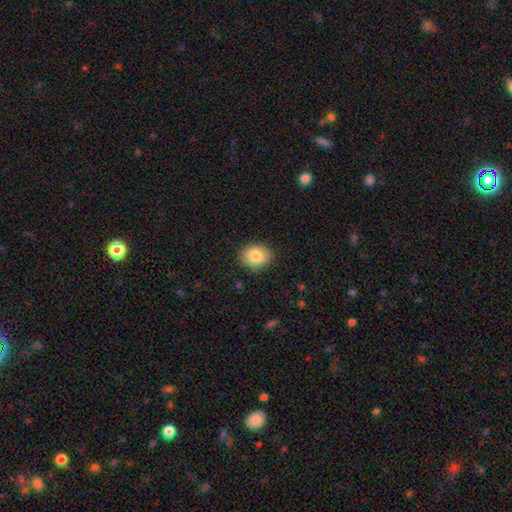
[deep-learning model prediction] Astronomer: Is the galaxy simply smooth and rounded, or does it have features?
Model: smooth — 84%.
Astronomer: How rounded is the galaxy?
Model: in between — 51% (runner-up: round, 48%).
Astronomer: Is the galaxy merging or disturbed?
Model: none — 85%.